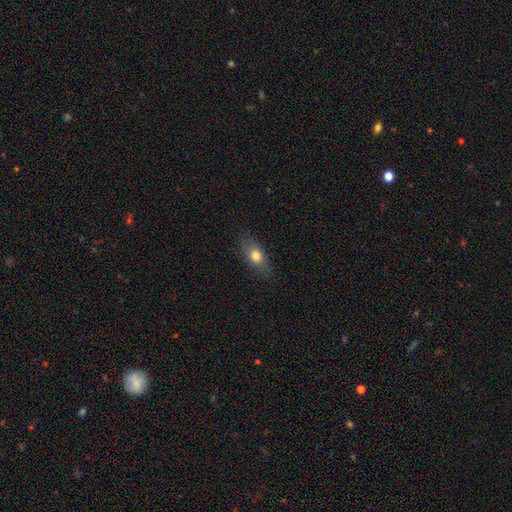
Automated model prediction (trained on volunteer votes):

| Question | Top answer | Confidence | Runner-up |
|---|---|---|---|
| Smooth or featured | smooth | 75% | featured or disk (17%) |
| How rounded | in between | 76% | cigar-shaped (12%) |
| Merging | none | 80% | minor disturbance (15%) |